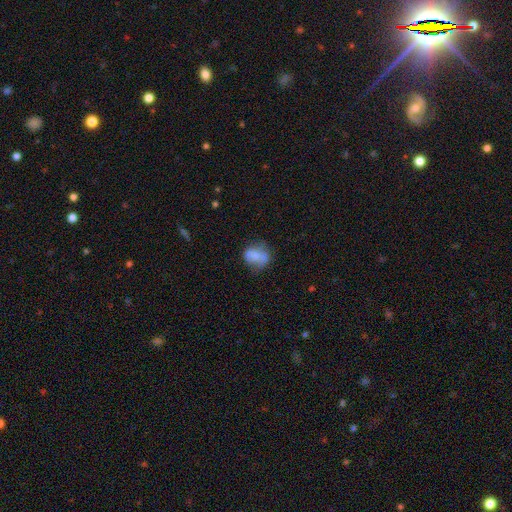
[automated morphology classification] The model was most divided on "how rounded": in between: 55%, round: 43%, cigar-shaped: 2%. Remaining: smooth or featured — smooth (67%); merging — none (49%).